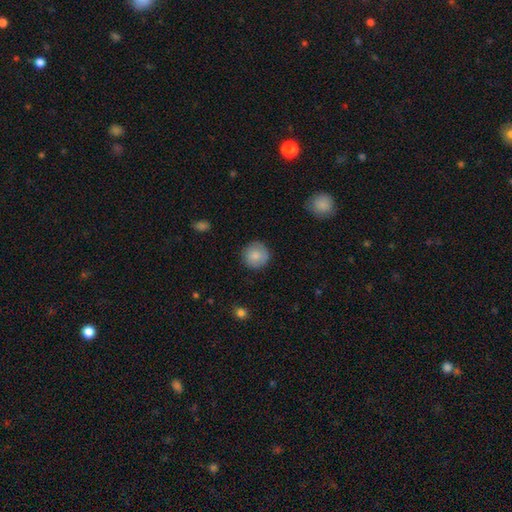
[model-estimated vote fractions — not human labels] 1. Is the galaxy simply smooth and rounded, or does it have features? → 83% smooth, 10% featured or disk, 7% star or artifact.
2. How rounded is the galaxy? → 94% round, 5% in between, 1% cigar-shaped.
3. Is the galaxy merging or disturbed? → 86% none, 10% minor disturbance, 2% major disturbance, 1% merger.